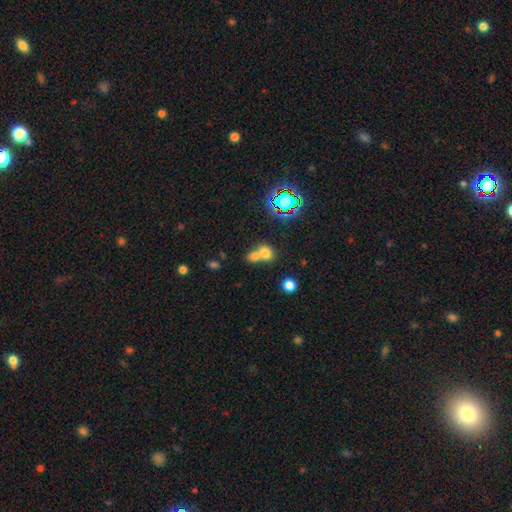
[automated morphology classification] This is likely a smooth galaxy (69%). How rounded: possibly round (55%). Merging: likely merger (64%).